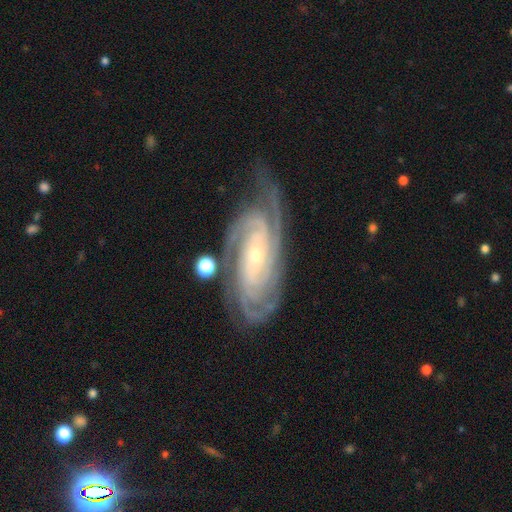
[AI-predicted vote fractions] smooth_or_featured: featured or disk (p=0.91) [alt: star or artifact p=0.05]
disk_edge_on: no (p=0.95) [alt: yes p=0.05]
bar: no (p=0.61) [alt: weak p=0.25]
has_spiral_arms: yes (p=0.98) [alt: no p=0.02]
spiral_winding: tight (p=0.75) [alt: medium p=0.22]
spiral_arm_count: 3 (p=0.28) [alt: 4 p=0.25]
bulge_size: small (p=0.71) [alt: moderate p=0.25]
merging: none (p=0.70) [alt: minor disturbance p=0.19]